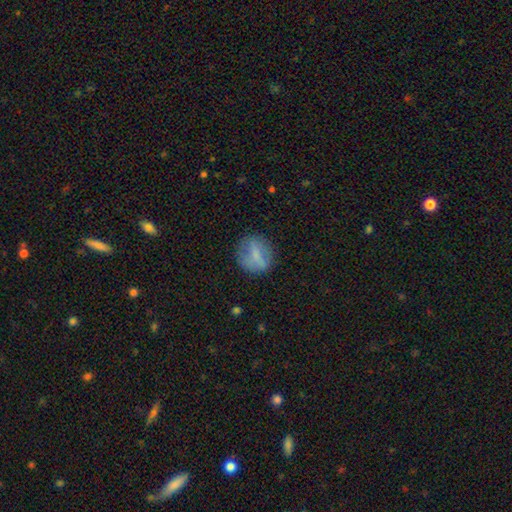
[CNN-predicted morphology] type=smooth (63%); roundness=round (73%); merging=none (75%).